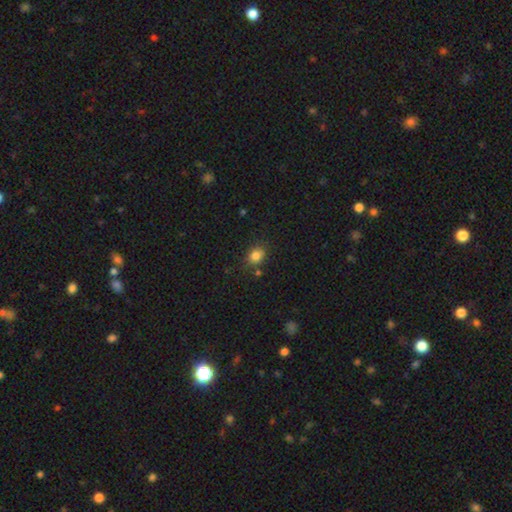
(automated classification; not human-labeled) This appears to be a smooth galaxy with no disk features (82%) that is round (52%). Merging: none (76%).